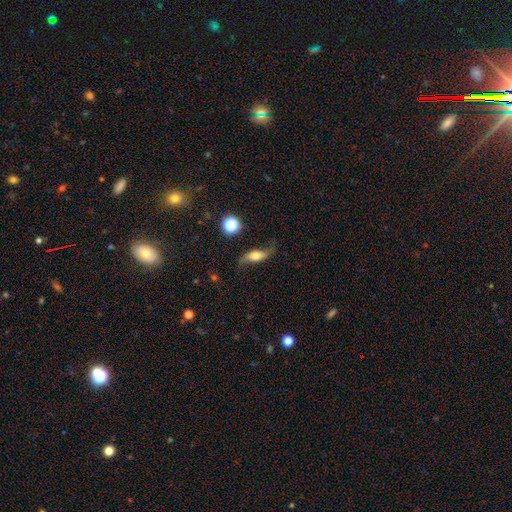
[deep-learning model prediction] Overall: featured or disk (60%; smooth 31%). Edge-on disk: no (73%). Merging: none (69%).